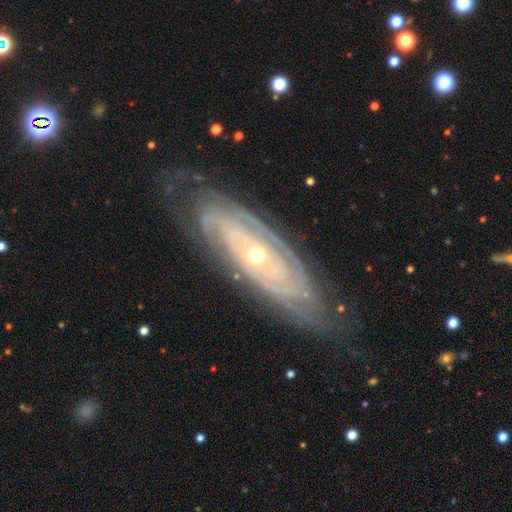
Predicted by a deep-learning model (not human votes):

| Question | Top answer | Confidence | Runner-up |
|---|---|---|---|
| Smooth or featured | featured or disk | 87% | smooth (7%) |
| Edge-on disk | no | 86% | yes (14%) |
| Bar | no | 74% | weak (17%) |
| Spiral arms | yes | 92% | no (8%) |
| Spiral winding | tight | 82% | medium (14%) |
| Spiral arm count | can't tell | 47% | 2 (20%) |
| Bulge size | small | 60% | moderate (37%) |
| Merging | none | 77% | minor disturbance (15%) |